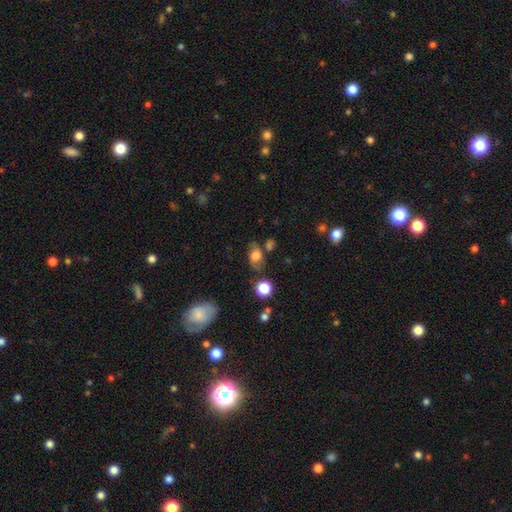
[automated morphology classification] Smooth or featured?
  - smooth: 63% *
  - featured or disk: 24%
  - star or artifact: 13%
How rounded?
  - in between: 70% *
  - round: 28%
  - cigar-shaped: 3%
Merging?
  - none: 61% *
  - minor disturbance: 23%
  - major disturbance: 9%
  - merger: 8%